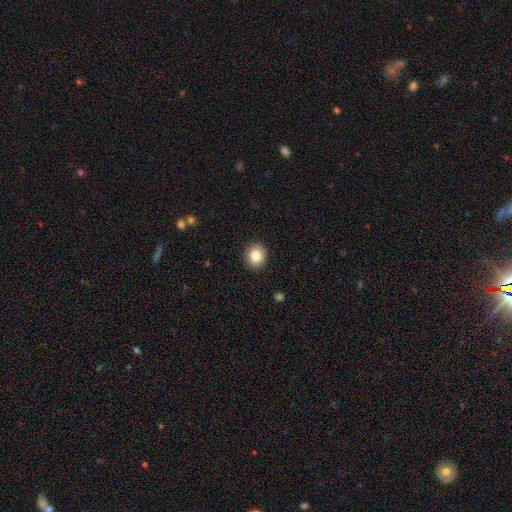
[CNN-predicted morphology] Smooth or featured?
  - smooth: 87% *
  - star or artifact: 8%
  - featured or disk: 5%
How rounded?
  - round: 68% *
  - in between: 32%
  - cigar-shaped: 1%
Merging?
  - none: 90% *
  - minor disturbance: 7%
  - major disturbance: 2%
  - merger: 1%